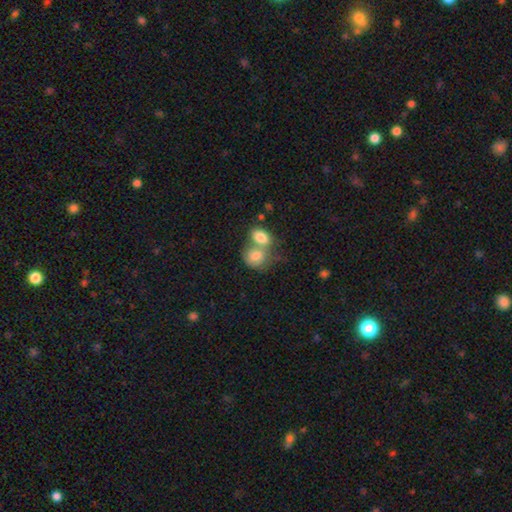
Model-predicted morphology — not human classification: smooth_or_featured: smooth (p=0.77) [alt: featured or disk p=0.16]
how_rounded: in between (p=0.51) [alt: round p=0.48]
merging: merger (p=0.66) [alt: none p=0.21]